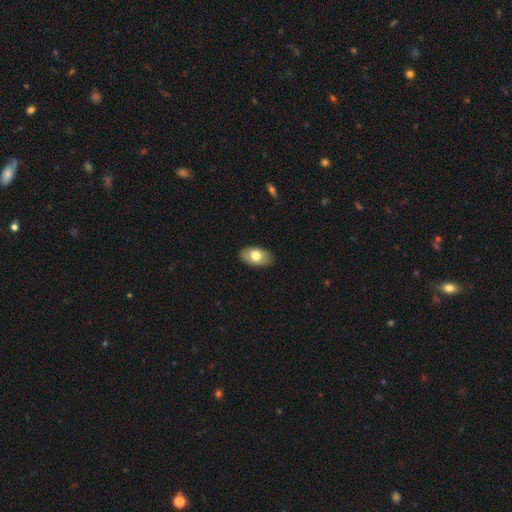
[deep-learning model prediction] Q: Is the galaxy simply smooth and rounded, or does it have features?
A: smooth — 73%.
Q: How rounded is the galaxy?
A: in between — 92%.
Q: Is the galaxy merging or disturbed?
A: none — 87%.